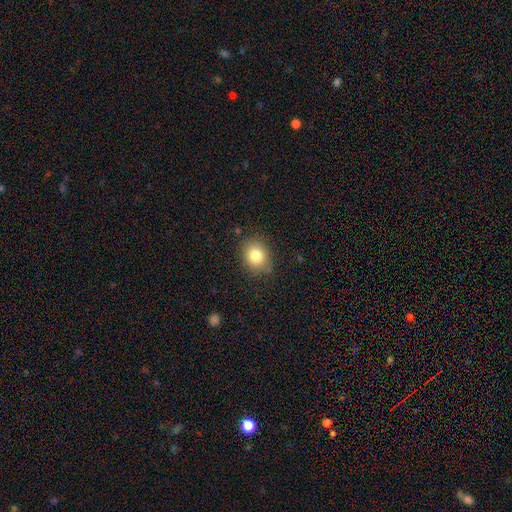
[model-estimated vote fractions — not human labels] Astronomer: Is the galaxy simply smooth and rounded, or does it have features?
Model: smooth — 81%.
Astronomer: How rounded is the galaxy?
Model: round — 57% (runner-up: in between, 42%).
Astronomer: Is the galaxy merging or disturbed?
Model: none — 82%.